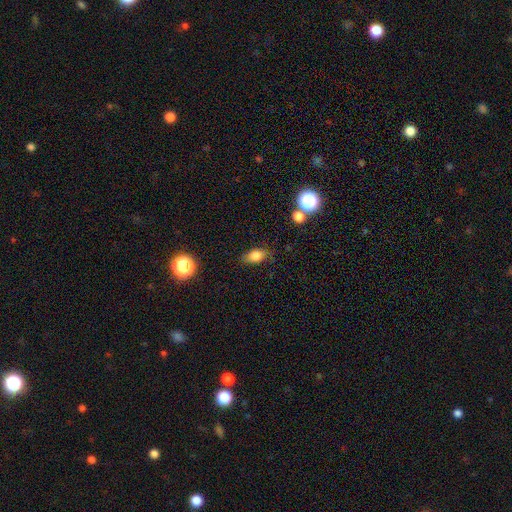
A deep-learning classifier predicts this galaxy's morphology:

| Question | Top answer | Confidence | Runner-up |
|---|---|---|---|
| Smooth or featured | smooth | 80% | star or artifact (10%) |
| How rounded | in between | 83% | round (13%) |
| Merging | none | 73% | minor disturbance (19%) |